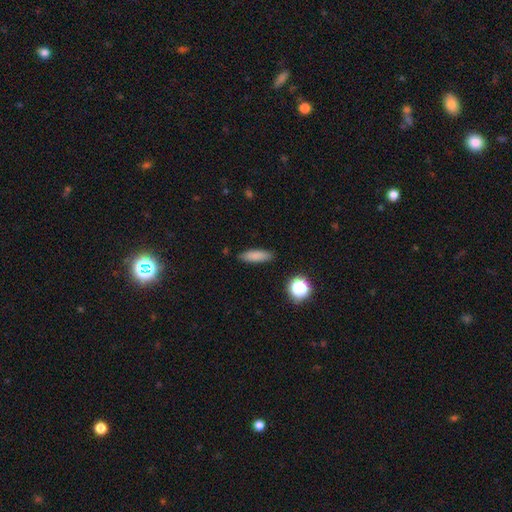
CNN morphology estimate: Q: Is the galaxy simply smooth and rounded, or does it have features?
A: smooth — 83%.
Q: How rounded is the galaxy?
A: cigar-shaped — 58%.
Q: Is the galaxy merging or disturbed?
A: none — 86%.